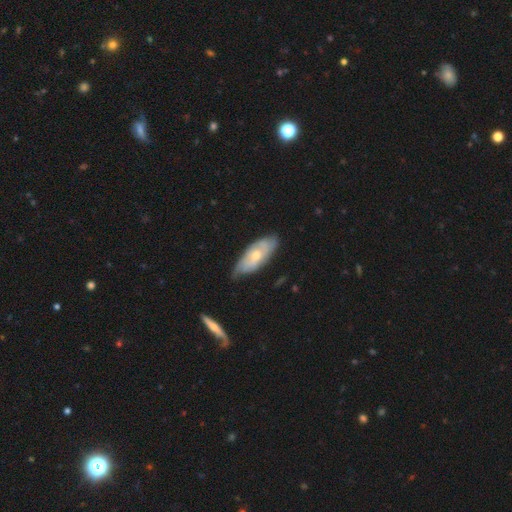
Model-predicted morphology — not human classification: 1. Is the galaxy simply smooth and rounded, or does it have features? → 58% featured or disk, 37% smooth, 6% star or artifact.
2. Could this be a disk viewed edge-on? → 82% no, 18% yes.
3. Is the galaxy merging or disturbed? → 65% none, 28% minor disturbance, 5% major disturbance, 2% merger.